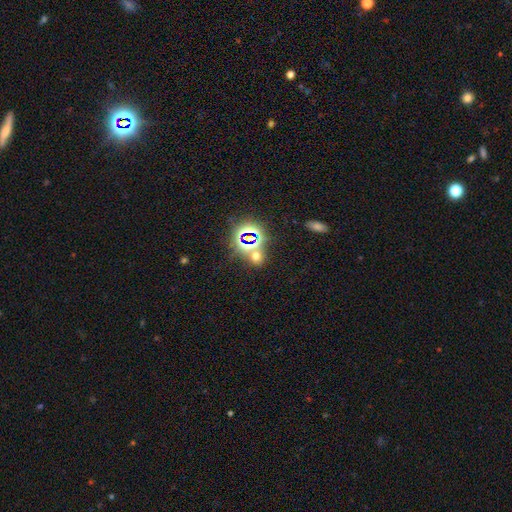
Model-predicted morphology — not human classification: This is possibly a star or artifact rather than a galaxy (52%).